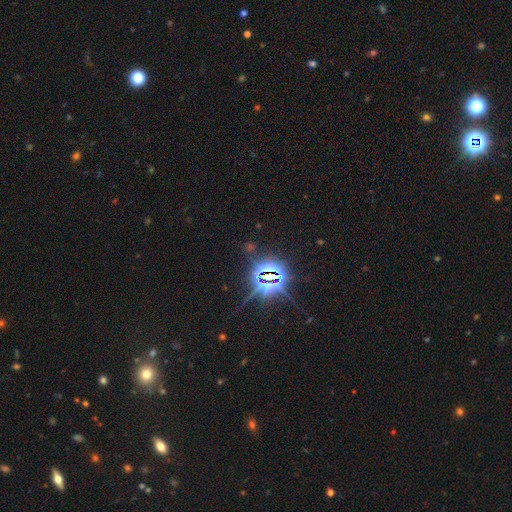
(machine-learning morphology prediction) star or artifact 84%, smooth 9%, featured or disk 7%.